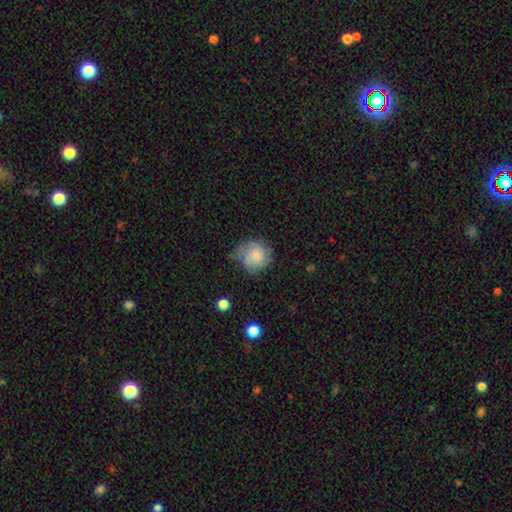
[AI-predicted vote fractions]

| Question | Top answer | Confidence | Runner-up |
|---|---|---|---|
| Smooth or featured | smooth | 51% | featured or disk (41%) |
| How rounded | round | 81% | in between (18%) |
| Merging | none | 49% | minor disturbance (31%) |